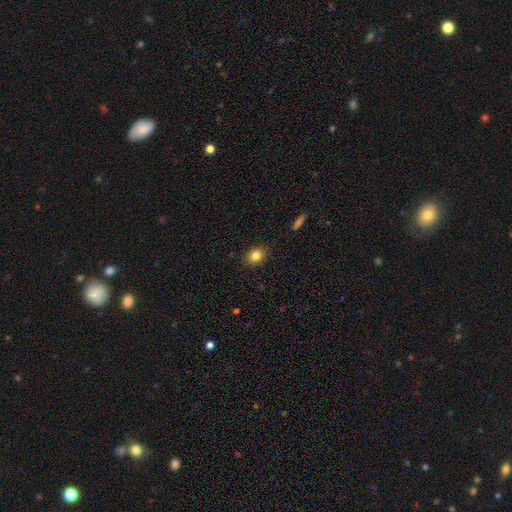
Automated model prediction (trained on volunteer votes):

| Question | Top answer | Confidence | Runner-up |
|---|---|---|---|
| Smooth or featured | smooth | 83% | star or artifact (10%) |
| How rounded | in between | 54% | round (44%) |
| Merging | none | 87% | minor disturbance (9%) |